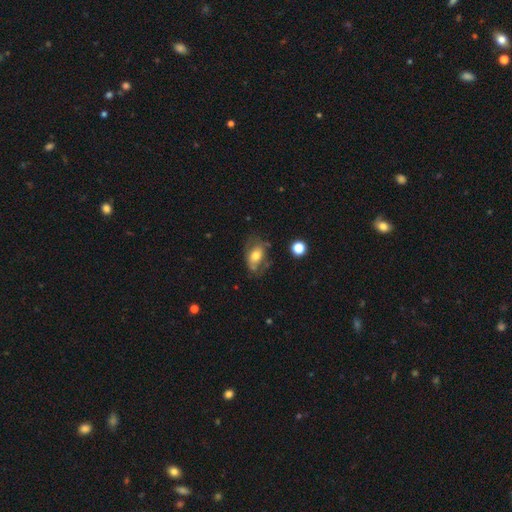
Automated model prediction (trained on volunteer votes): Smooth or featured? Predicted: smooth (p=0.55). How rounded? Predicted: in between (p=0.84). Merging? Predicted: none (p=0.50).